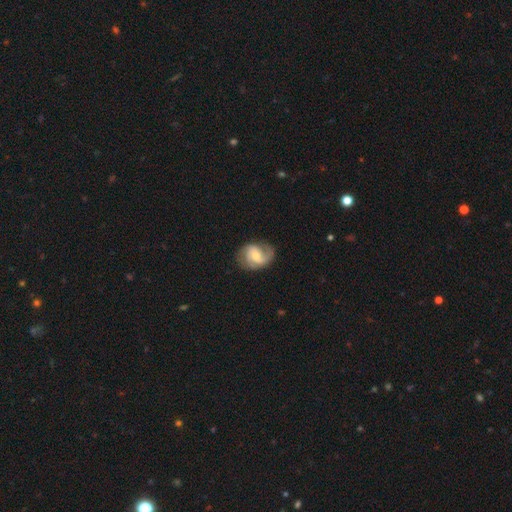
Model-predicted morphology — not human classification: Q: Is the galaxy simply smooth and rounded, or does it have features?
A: featured or disk — 78%.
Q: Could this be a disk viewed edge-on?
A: no — 98%.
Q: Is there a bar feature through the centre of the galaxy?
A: no — 45%.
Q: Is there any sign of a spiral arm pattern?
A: yes — 95%.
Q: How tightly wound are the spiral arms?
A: medium — 48%.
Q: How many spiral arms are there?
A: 2 — 71%.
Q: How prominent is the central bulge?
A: moderate — 55%.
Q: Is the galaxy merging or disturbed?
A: none — 70%.